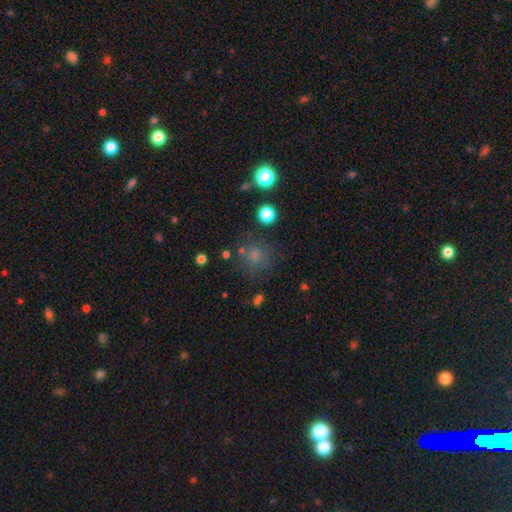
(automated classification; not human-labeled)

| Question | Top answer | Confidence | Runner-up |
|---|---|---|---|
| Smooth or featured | smooth | 72% | star or artifact (19%) |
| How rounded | round | 90% | in between (10%) |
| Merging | none | 75% | minor disturbance (12%) |